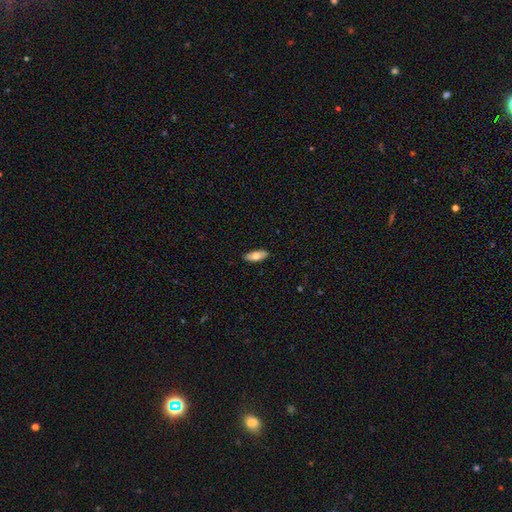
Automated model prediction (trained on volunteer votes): This is likely a smooth galaxy (70%). How rounded: likely in between (78%). Merging: clearly none (89%).